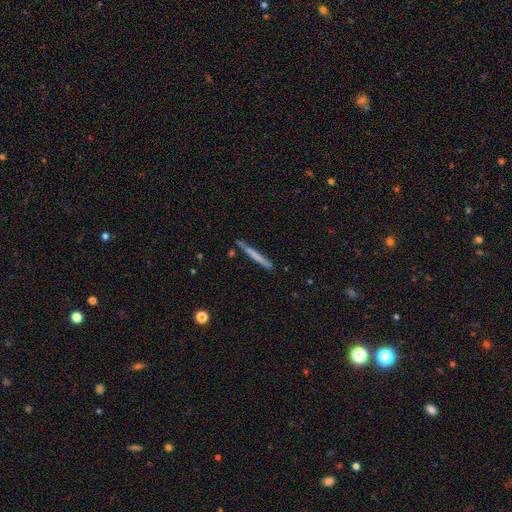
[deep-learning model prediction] A smooth galaxy with no disk features (57%) that is cigar-shaped (97%).

Vote fractions:
- Smooth or featured? smooth: 57% / featured or disk: 37% / star or artifact: 6%
- How rounded? cigar-shaped: 97% / in between: 2% / round: 1%
- Merging? none: 83% / minor disturbance: 11% / merger: 3% / major disturbance: 2%